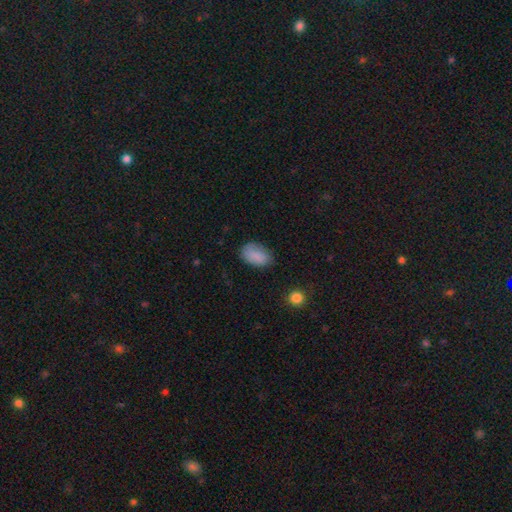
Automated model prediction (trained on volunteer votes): Overall: smooth (83%). How rounded: in between (88%). Merging: none (69%).